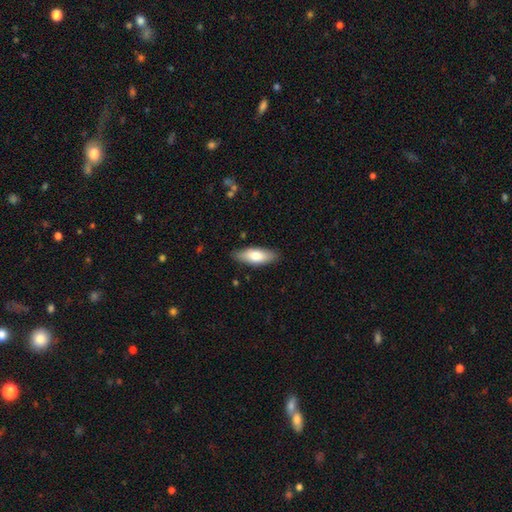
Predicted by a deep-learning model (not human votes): Smooth or featured? smooth (73%)
How rounded? in between (69%)
Merging? none (87%)